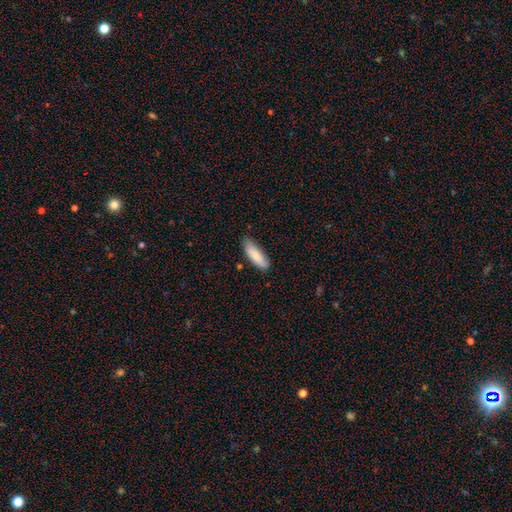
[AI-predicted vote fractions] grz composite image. It shows a smooth galaxy with no disk features (80%) that is in between round and cigar-shaped (59%). Merging: none (74%).